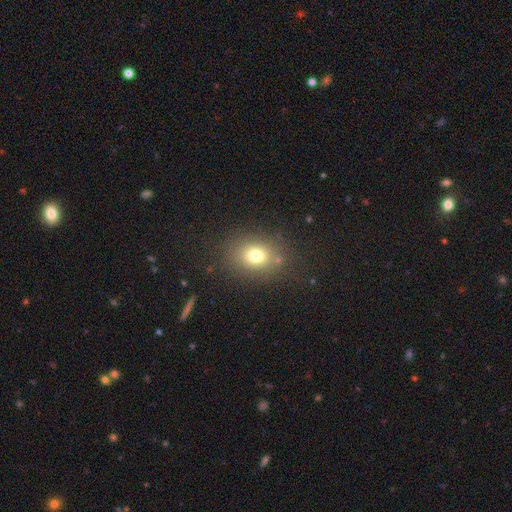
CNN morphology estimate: The model was most divided on "how rounded": in between: 53%, round: 46%, cigar-shaped: 1%. More confident: merging — none (80%); smooth or featured — smooth (74%).